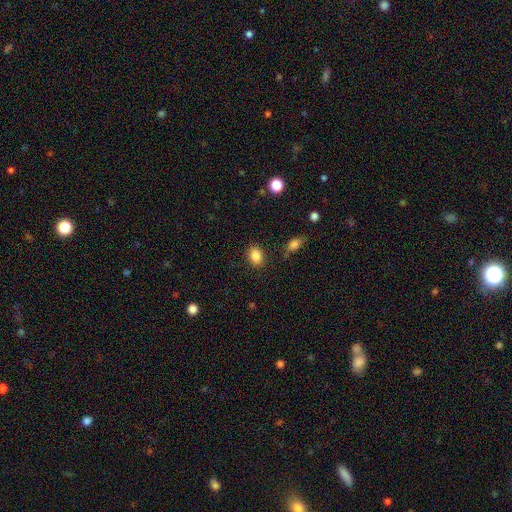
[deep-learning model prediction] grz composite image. It shows a smooth galaxy with no disk features (86%) that is in between round and cigar-shaped (73%). Merging: none (85%).